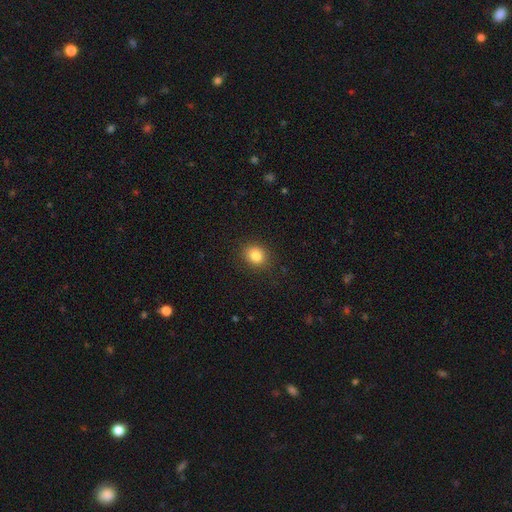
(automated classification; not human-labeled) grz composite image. It shows a smooth galaxy with no disk features (84%) that is round (67%). Merging: none (88%).